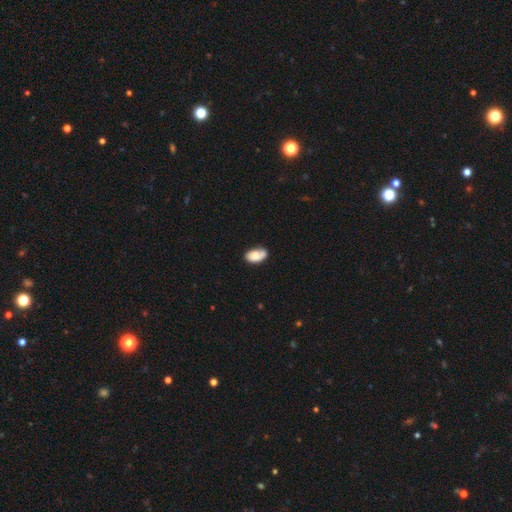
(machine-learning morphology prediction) Overall: smooth (68%). How rounded: in between (92%). Merging: none (55%; minor disturbance 28%).